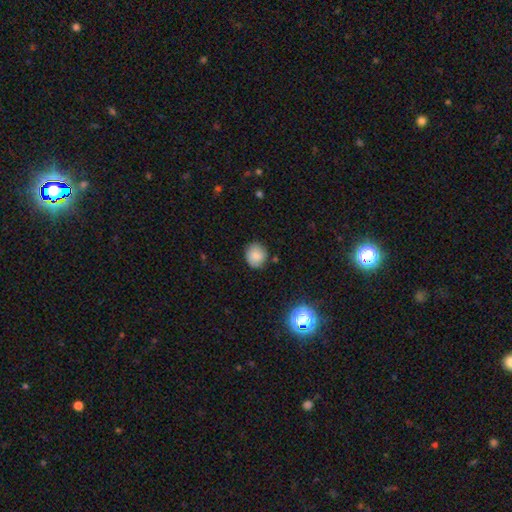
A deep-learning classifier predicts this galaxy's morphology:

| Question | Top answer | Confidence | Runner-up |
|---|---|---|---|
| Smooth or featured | smooth | 82% | star or artifact (10%) |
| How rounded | round | 82% | in between (17%) |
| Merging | none | 81% | minor disturbance (14%) |